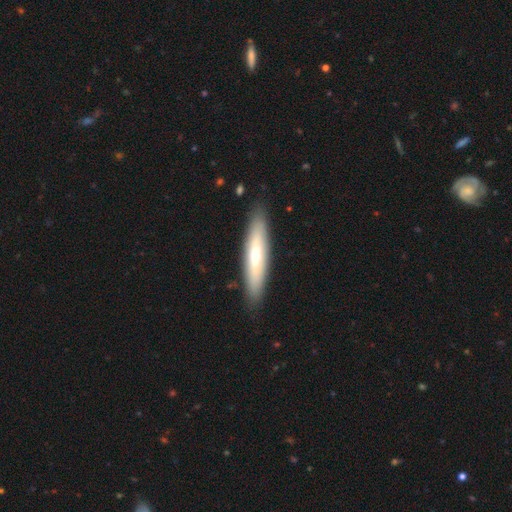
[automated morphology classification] A smooth galaxy with no disk features (58%) that is cigar-shaped (82%).

Vote fractions:
- Smooth or featured? smooth: 58% / featured or disk: 36% / star or artifact: 6%
- How rounded? cigar-shaped: 82% / in between: 17% / round: 1%
- Merging? none: 88% / minor disturbance: 9% / major disturbance: 2% / merger: 1%